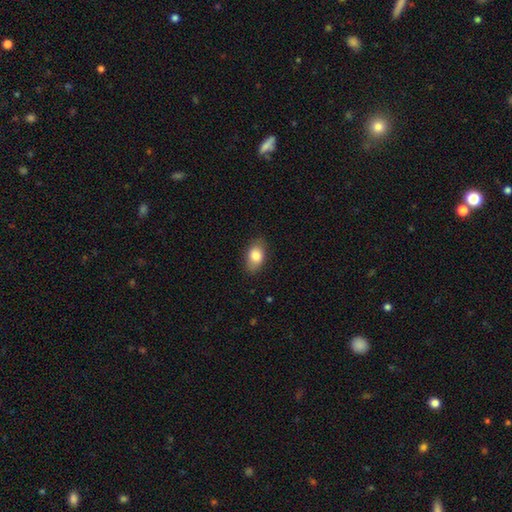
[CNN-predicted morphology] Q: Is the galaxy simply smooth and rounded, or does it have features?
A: smooth — 82%.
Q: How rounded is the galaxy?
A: in between — 89%.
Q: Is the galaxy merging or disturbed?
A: none — 83%.